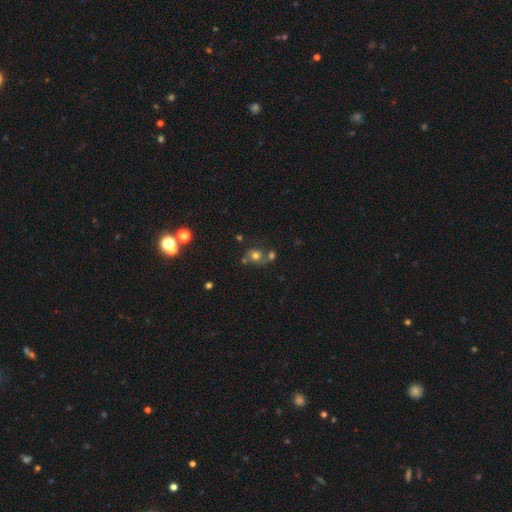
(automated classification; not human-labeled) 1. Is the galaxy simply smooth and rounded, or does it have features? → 65% smooth, 18% featured or disk, 17% star or artifact.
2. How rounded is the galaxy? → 72% round, 26% in between, 1% cigar-shaped.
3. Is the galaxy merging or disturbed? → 48% none, 31% merger, 14% minor disturbance, 7% major disturbance.